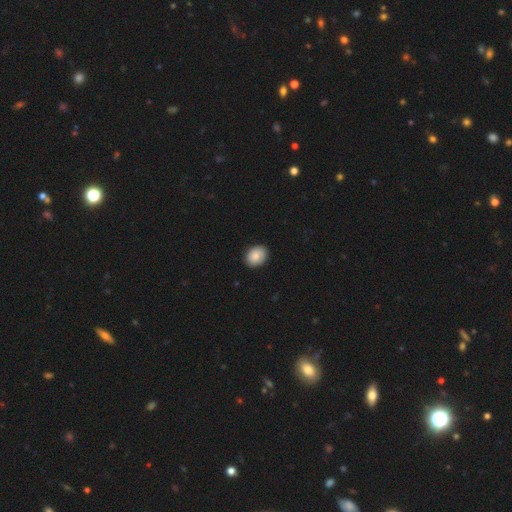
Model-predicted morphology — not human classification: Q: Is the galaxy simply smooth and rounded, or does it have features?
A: smooth — 85%.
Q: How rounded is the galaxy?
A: in between — 50%.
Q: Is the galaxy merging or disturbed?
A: none — 88%.